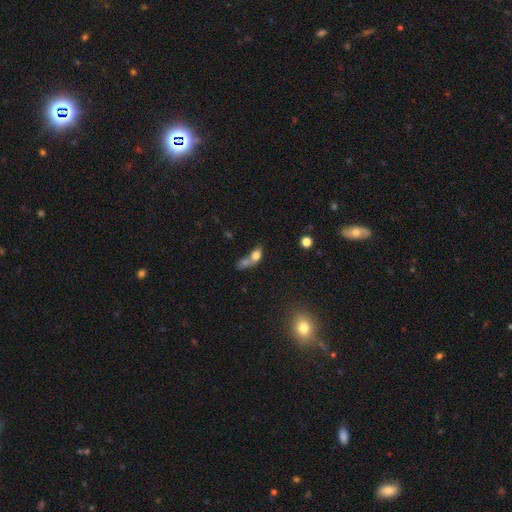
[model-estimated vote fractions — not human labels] A smooth galaxy with no disk features (68%) that is in between round and cigar-shaped (62%). Merging: merger (61%).